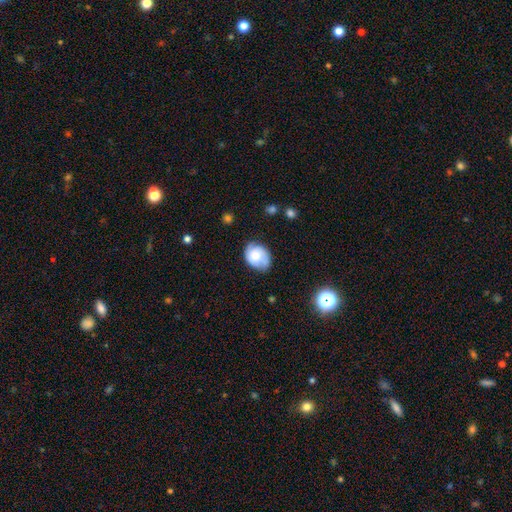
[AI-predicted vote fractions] Smooth or featured: smooth — 59% (featured or disk — 32%)
How rounded: in between — 58% (round — 42%)
Merging: none — 62% (minor disturbance — 29%)